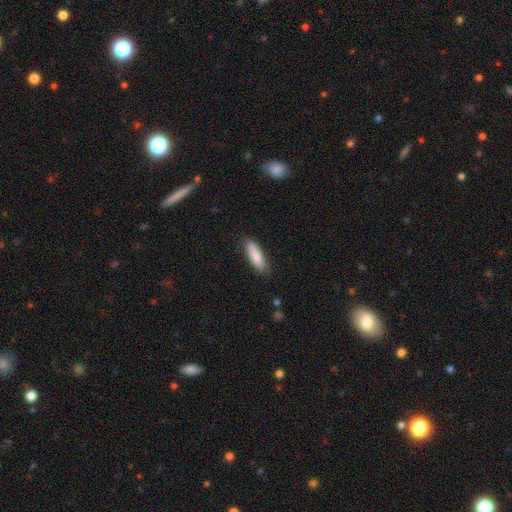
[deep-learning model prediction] A smooth galaxy with no disk features (86%) that is cigar-shaped (57%).

Vote fractions:
- Smooth or featured? smooth: 86% / featured or disk: 8% / star or artifact: 6%
- How rounded? cigar-shaped: 57% / in between: 42% / round: 2%
- Merging? none: 82% / minor disturbance: 14% / major disturbance: 3% / merger: 1%